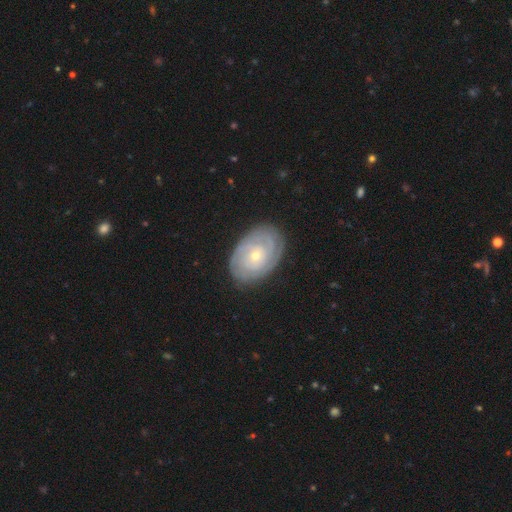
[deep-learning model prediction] Overall: featured or disk (78%). Edge-on disk: no (96%). Bar: no (82%). Spiral arms: yes (90%). Spiral arm count: can't tell (41%; 2 25%). Spiral winding: tight (84%). Bulge size: small (68%; moderate 29%). Merging: none (83%).